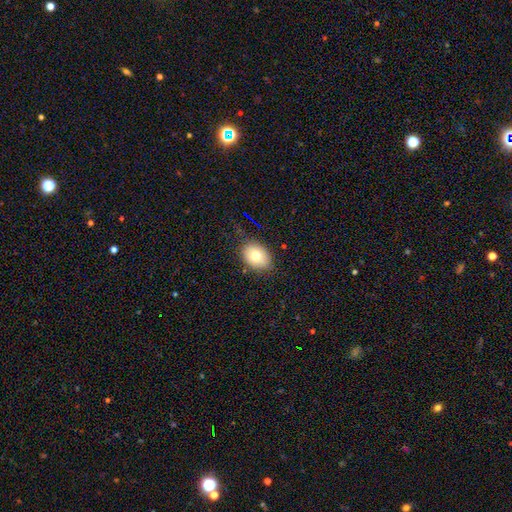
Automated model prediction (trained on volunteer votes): Smooth or featured? smooth (75%)
How rounded? in between (65%)
Merging? none (82%)